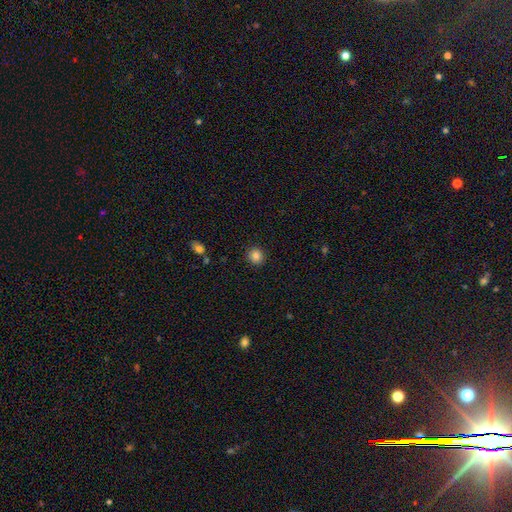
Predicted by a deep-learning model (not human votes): This is clearly a smooth galaxy (85%). How rounded: clearly round (89%). Merging: clearly none (91%).